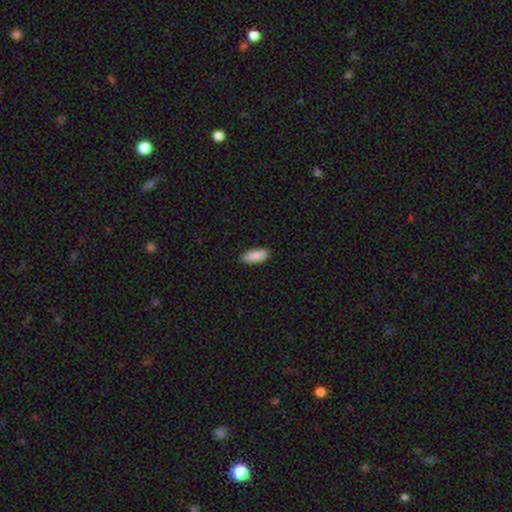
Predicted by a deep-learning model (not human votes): Smooth or featured? Predicted: smooth (p=0.90). How rounded? Predicted: in between (p=0.81). Merging? Predicted: none (p=0.88).